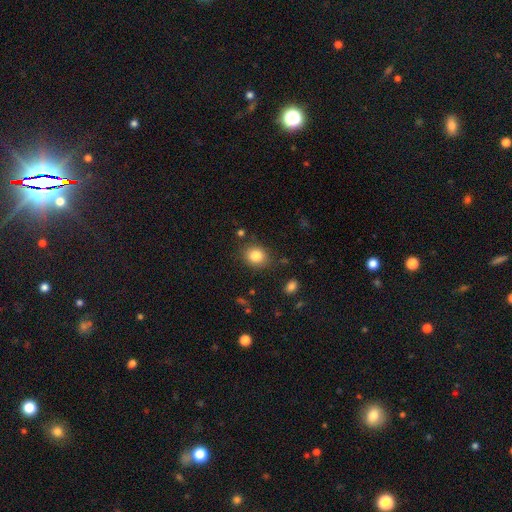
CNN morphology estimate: This appears to be a smooth galaxy with no disk features (83%) that is round (65%). Merging: none (84%).